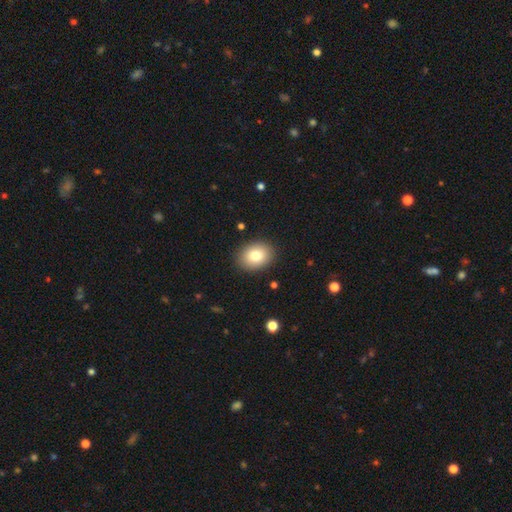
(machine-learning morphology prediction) Smooth or featured?
  - smooth: 80% *
  - featured or disk: 11%
  - star or artifact: 9%
How rounded?
  - in between: 64% *
  - round: 35%
  - cigar-shaped: 1%
Merging?
  - none: 89% *
  - minor disturbance: 7%
  - major disturbance: 2%
  - merger: 1%